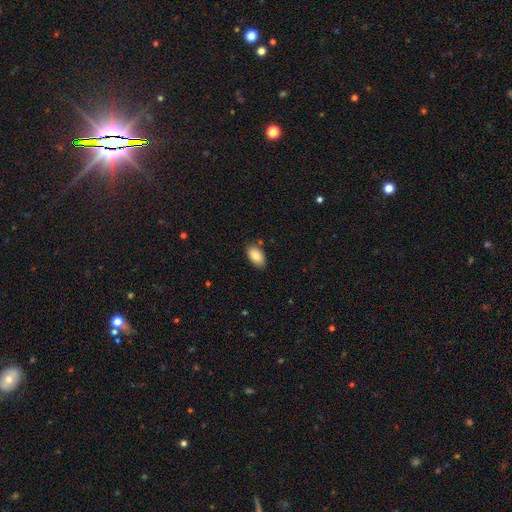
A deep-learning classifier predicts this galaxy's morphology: smooth 85%, featured or disk 8%, star or artifact 7%. Down the decision tree: how rounded — in between (94%); merging — none (83%).